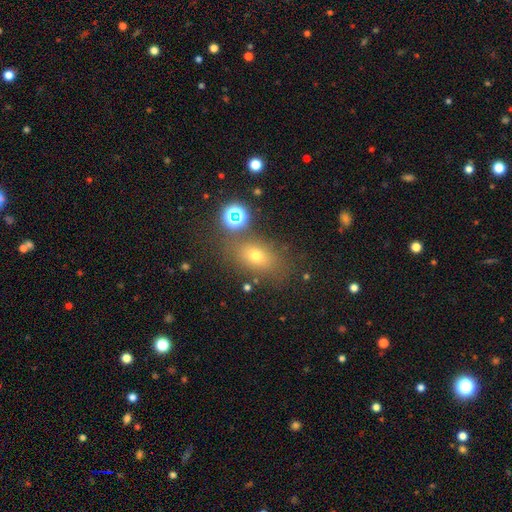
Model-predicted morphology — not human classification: Smooth or featured? smooth (65%)
How rounded? in between (72%)
Merging? none (74%)